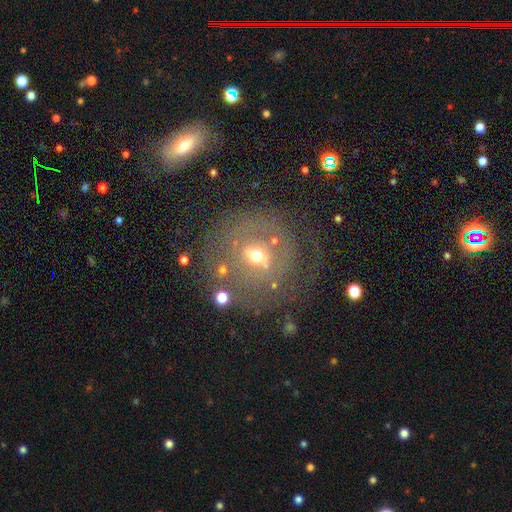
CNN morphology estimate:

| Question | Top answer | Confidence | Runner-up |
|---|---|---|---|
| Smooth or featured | featured or disk | 55% | smooth (32%) |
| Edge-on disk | no | 95% | yes (5%) |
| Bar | no | 51% | weak (36%) |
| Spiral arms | no | 61% | yes (39%) |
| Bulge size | moderate | 56% | small (37%) |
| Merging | none | 64% | minor disturbance (17%) |